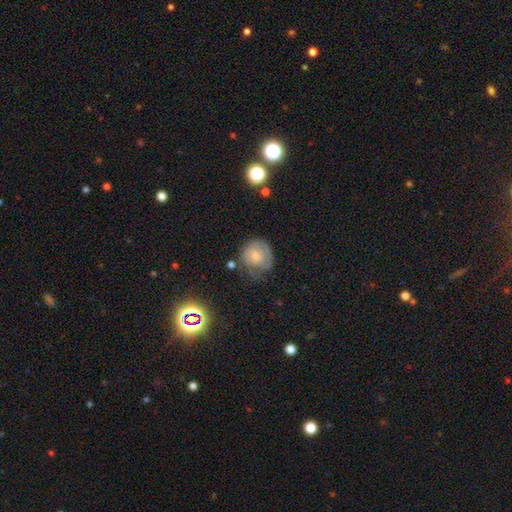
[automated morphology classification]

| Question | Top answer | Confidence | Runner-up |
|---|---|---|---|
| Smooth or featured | smooth | 57% | featured or disk (34%) |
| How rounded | round | 78% | in between (21%) |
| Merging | none | 43% | minor disturbance (32%) |